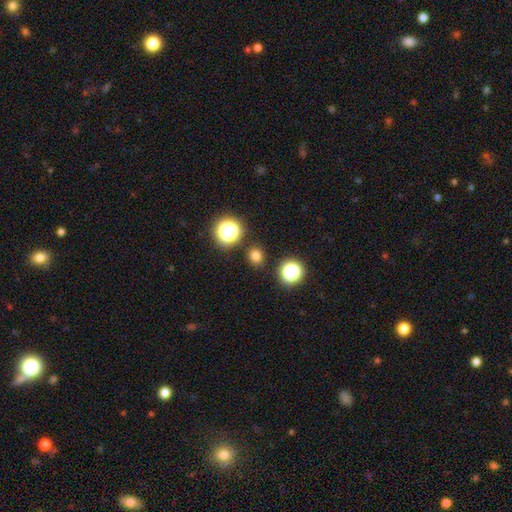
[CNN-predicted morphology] A smooth galaxy with no disk features (75%) that is round (79%). Merging: none (88%).